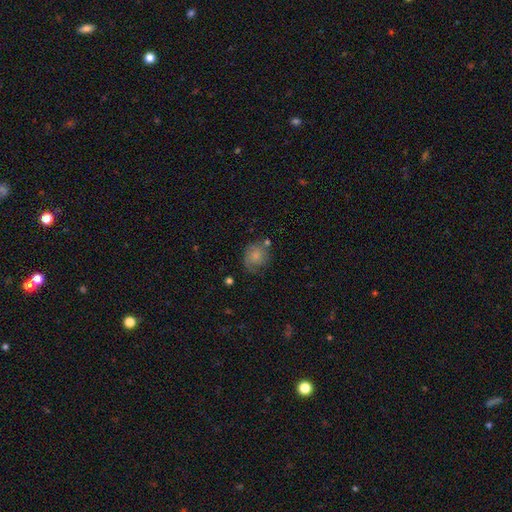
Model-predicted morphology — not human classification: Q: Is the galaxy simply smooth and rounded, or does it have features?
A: smooth — 61%.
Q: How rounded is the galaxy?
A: round — 72%.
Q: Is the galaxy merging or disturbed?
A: none — 52%.